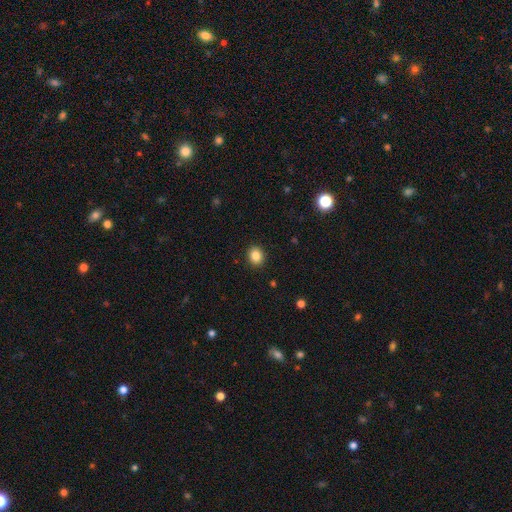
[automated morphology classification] smooth-or-featured: smooth: 85% | star or artifact: 10% | featured or disk: 5%
  how-rounded: round: 68% | in between: 32% | cigar-shaped: 1%
  merging: none: 91% | minor disturbance: 6% | major disturbance: 2% | merger: 1%